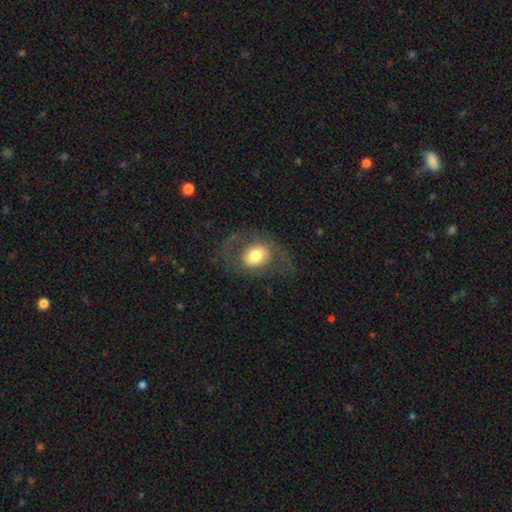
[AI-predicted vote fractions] The model was most divided on "how rounded": in between: 50%, round: 49%, cigar-shaped: 1%. More confident: merging — none (66%); smooth or featured — smooth (52%).